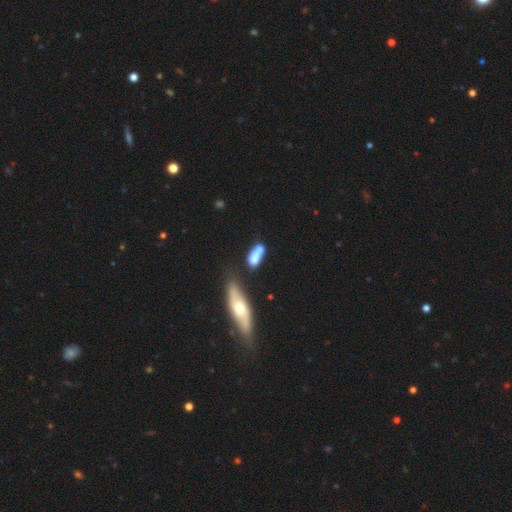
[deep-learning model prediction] Morphology: type=smooth (70%); roundness=in between (62%); merging=none (39%).